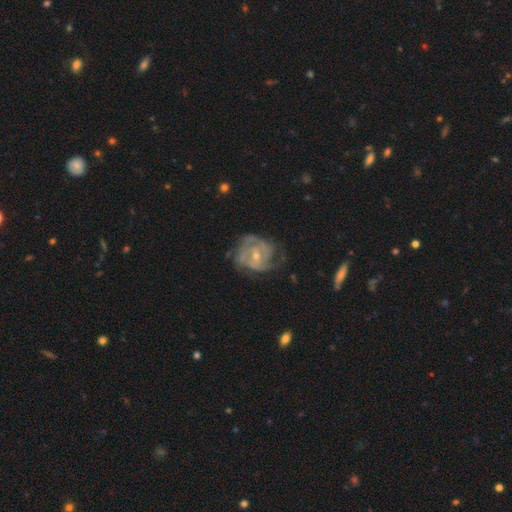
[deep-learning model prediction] The model was most divided on "spiral arm count": 2: 32%, can't tell: 29%, 3: 24%, 4: 7%, 1: 4%, more than 4: 4%. Remaining: edge-on disk — no (98%); spiral arms — yes (90%); smooth or featured — featured or disk (83%); bulge size — small (55%); merging — none (53%); spiral winding — tight (52%); bar — no (49%).